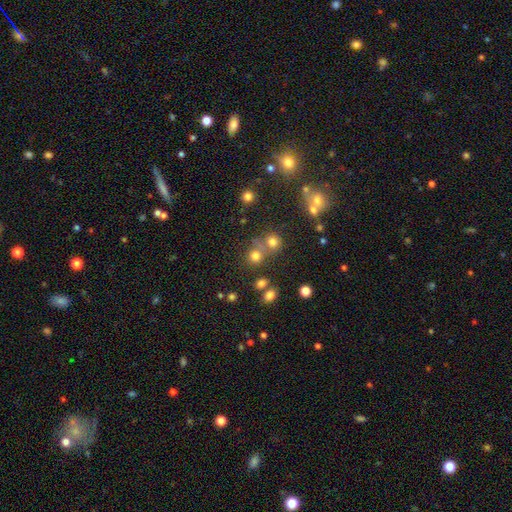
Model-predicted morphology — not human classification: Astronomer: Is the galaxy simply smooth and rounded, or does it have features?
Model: smooth — 69%.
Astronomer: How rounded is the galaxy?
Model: round — 83%.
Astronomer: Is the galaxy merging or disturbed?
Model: none — 57%.